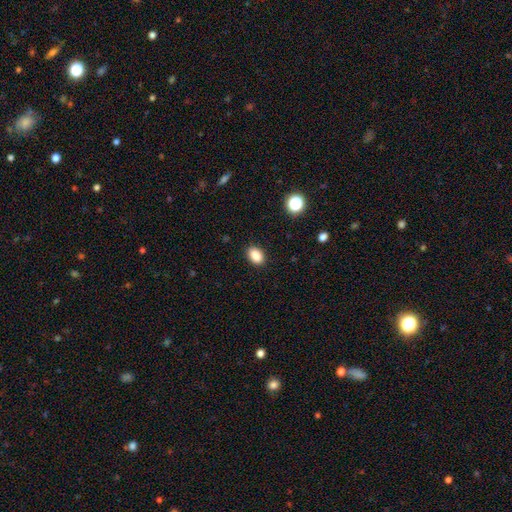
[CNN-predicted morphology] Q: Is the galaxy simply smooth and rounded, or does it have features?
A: smooth — 87%.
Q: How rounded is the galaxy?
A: in between — 83%.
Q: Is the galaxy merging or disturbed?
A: none — 89%.